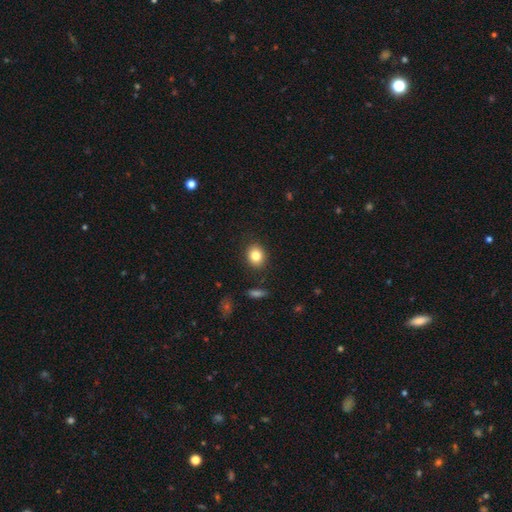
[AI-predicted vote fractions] Smooth or featured? smooth (82%)
How rounded? round (65%)
Merging? none (89%)